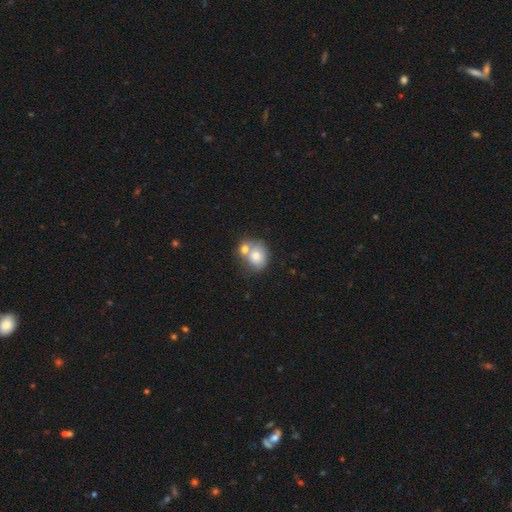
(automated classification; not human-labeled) Morphology: type=smooth (74%); roundness=round (63%); merging=merger (55%).